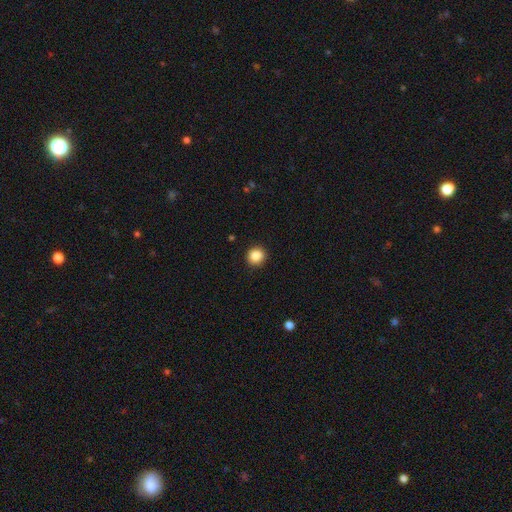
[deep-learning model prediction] Q: Smooth or featured?
A: smooth (87%); runner-up: star or artifact (10%)
Q: How rounded?
A: round (91%); runner-up: in between (8%)
Q: Merging?
A: none (90%); runner-up: minor disturbance (7%)